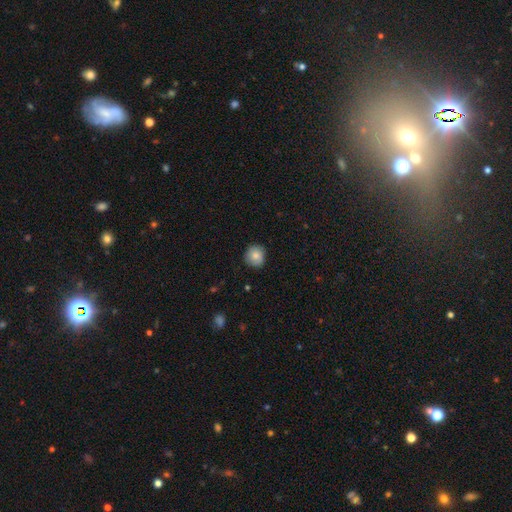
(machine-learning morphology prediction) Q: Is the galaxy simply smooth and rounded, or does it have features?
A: smooth — 83%.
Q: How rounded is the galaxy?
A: round — 89%.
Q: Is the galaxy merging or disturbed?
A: none — 85%.